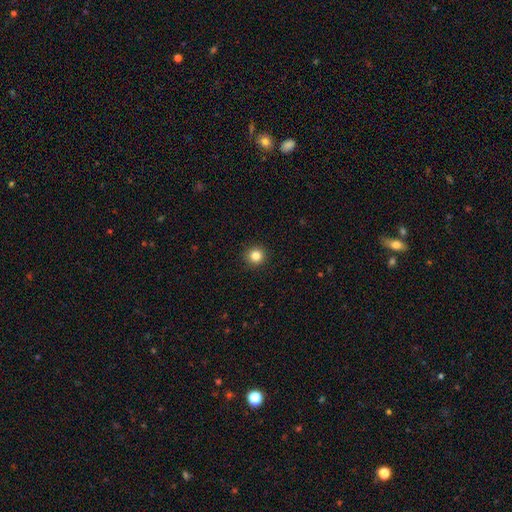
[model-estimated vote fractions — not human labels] Overall: smooth (84%). How rounded: round (95%). Merging: none (93%).